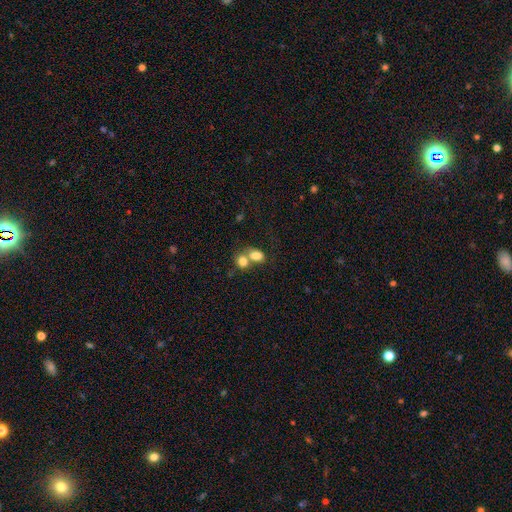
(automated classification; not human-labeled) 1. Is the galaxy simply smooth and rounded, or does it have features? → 79% smooth, 11% featured or disk, 10% star or artifact.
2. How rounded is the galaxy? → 61% in between, 38% round, 1% cigar-shaped.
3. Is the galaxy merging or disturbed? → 61% merger, 28% none, 7% minor disturbance, 4% major disturbance.